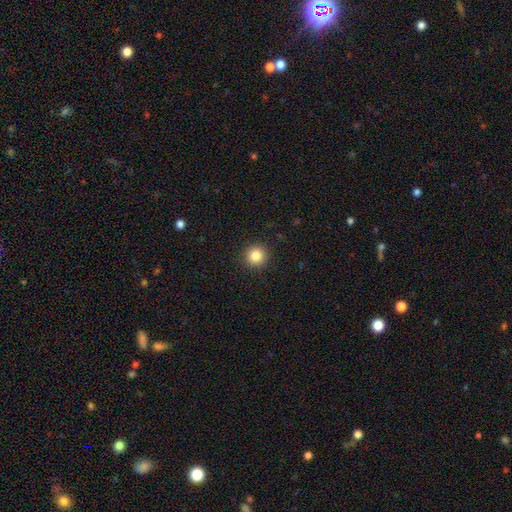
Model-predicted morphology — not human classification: Smooth or featured? smooth (84%)
How rounded? round (95%)
Merging? none (92%)